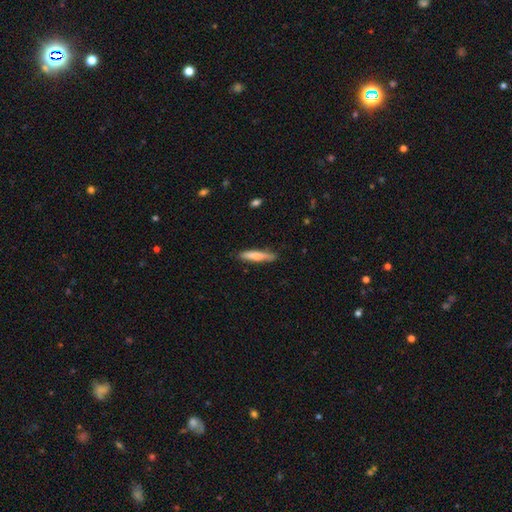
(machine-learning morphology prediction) This is likely a smooth galaxy (72%). How rounded: clearly cigar-shaped (89%). Merging: clearly none (83%).